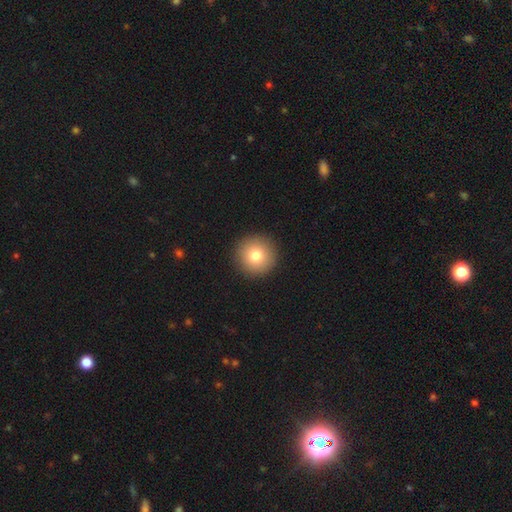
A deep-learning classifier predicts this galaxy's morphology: A smooth galaxy with no disk features (79%) that is round (96%).

Vote fractions:
- Smooth or featured? smooth: 79% / featured or disk: 11% / star or artifact: 10%
- How rounded? round: 96% / in between: 3% / cigar-shaped: 1%
- Merging? none: 93% / minor disturbance: 4% / major disturbance: 2% / merger: 1%